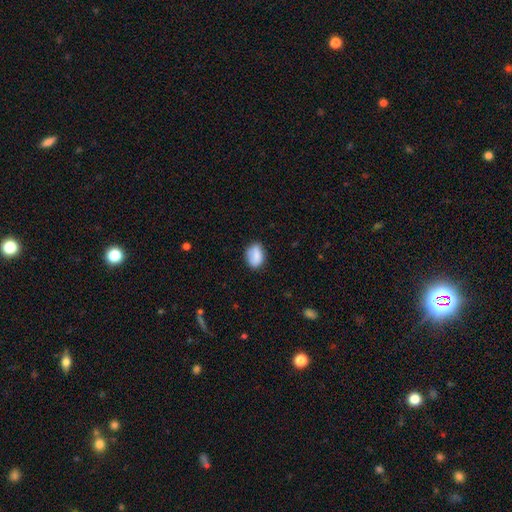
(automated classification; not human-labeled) Smooth or featured? smooth (82%)
How rounded? in between (78%)
Merging? none (71%)